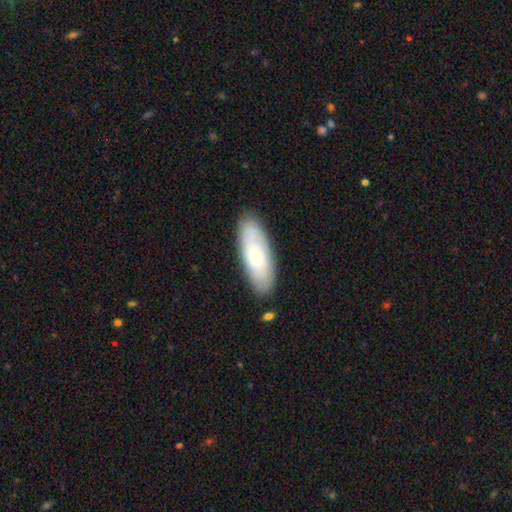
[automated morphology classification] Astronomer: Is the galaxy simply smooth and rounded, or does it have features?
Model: smooth — 60%.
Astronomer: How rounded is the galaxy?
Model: in between — 63%.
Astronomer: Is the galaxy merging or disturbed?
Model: none — 84%.